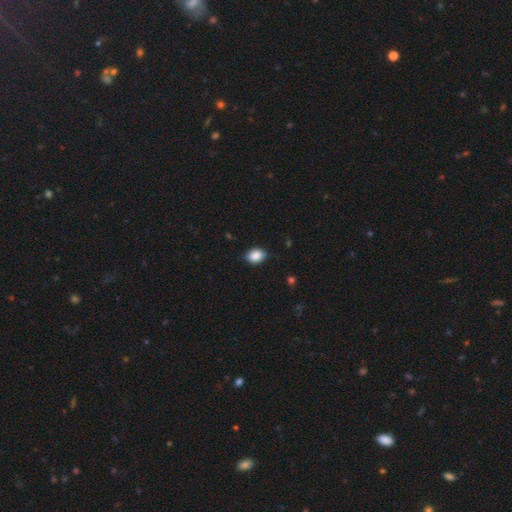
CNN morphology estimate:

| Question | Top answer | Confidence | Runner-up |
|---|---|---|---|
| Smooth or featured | smooth | 87% | star or artifact (8%) |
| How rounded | in between | 66% | round (33%) |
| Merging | none | 80% | minor disturbance (16%) |